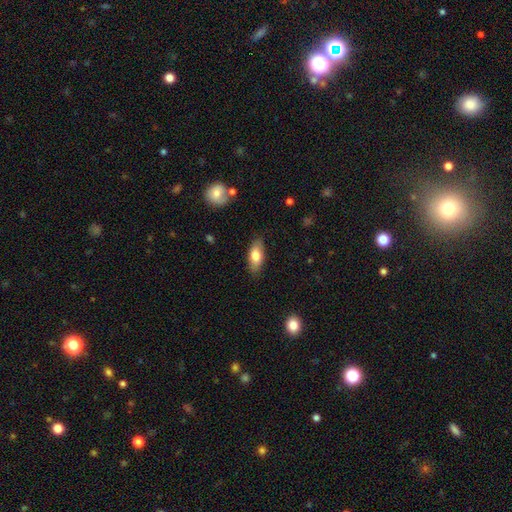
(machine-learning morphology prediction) Overall: smooth (76%). How rounded: in between (87%). Merging: none (83%).